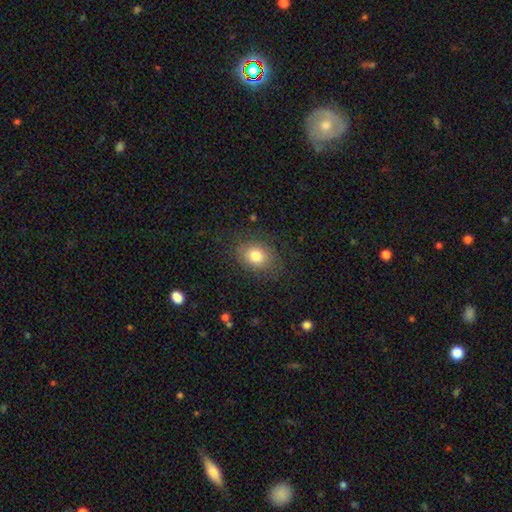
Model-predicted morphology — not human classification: type=smooth (79%); roundness=in between (64%); merging=none (79%).